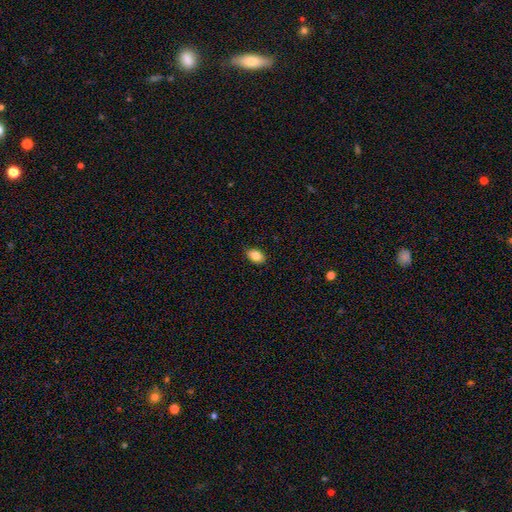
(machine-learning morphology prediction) Overall: smooth (84%). How rounded: in between (88%). Merging: none (88%).